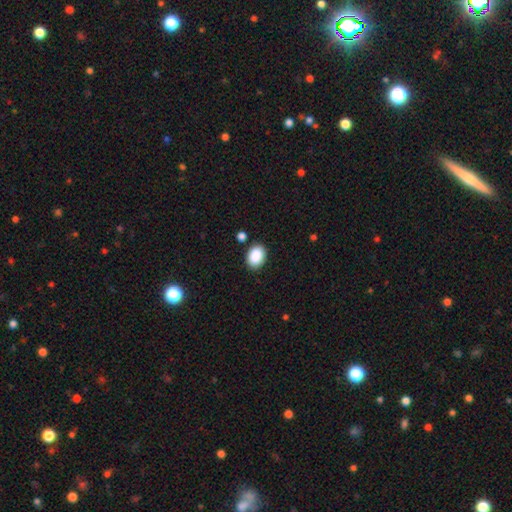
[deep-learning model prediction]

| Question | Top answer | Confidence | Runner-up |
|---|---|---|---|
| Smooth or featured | smooth | 90% | star or artifact (7%) |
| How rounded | in between | 76% | round (23%) |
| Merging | none | 84% | minor disturbance (10%) |